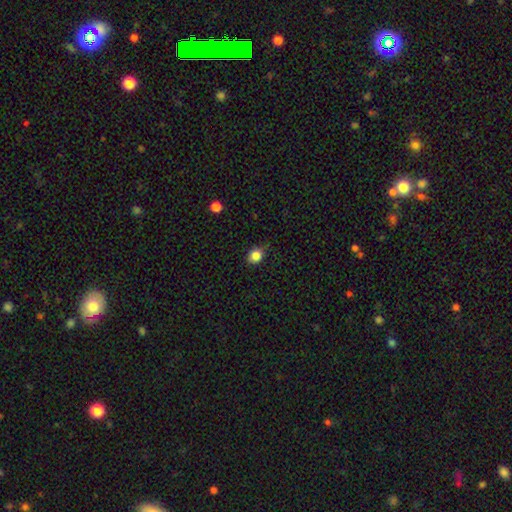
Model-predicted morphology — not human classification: Overall: smooth (84%). How rounded: round (68%; in between 31%). Merging: none (77%).